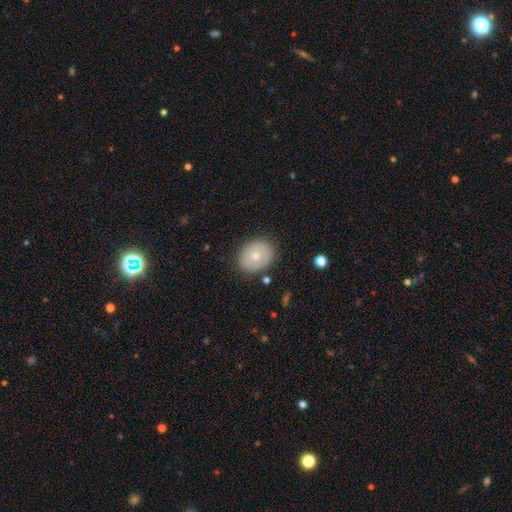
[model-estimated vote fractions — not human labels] This is likely a smooth galaxy (67%). How rounded: possibly round (51%). Merging: clearly none (85%).